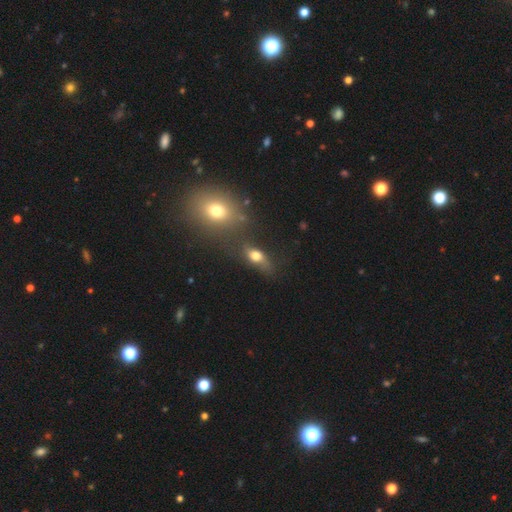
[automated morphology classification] The model was most divided on "merging": none: 54%, minor disturbance: 20%, merger: 13%, major disturbance: 12%. More confident: how rounded — in between (71%); smooth or featured — smooth (61%).